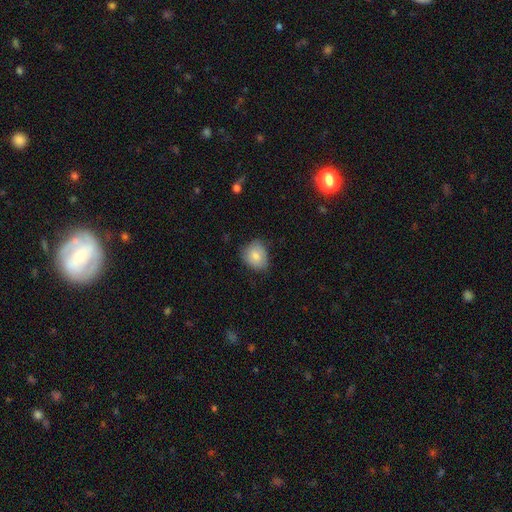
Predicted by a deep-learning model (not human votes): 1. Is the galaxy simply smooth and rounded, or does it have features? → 79% smooth, 13% featured or disk, 7% star or artifact.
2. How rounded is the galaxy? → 53% round, 46% in between, 1% cigar-shaped.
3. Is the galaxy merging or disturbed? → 64% none, 30% minor disturbance, 5% major disturbance, 1% merger.